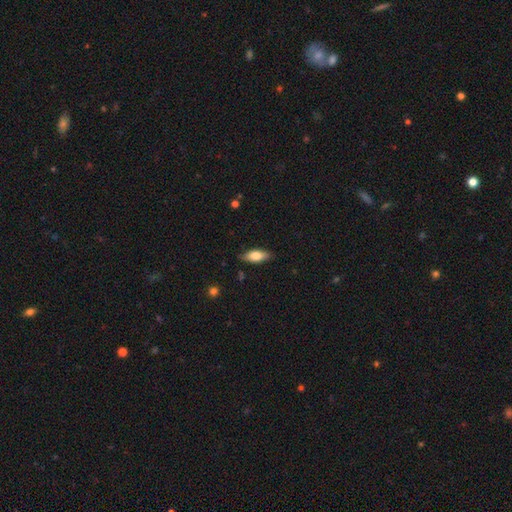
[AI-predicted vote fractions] Smooth or featured? Predicted: smooth (p=0.75). How rounded? Predicted: in between (p=0.80). Merging? Predicted: none (p=0.84).